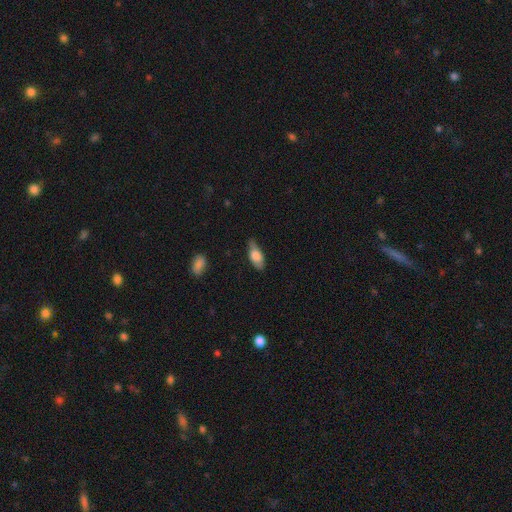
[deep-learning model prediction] The model was most divided on "merging": none: 66%, minor disturbance: 27%, major disturbance: 5%, merger: 2%. More confident: how rounded — in between (79%); smooth or featured — smooth (72%).